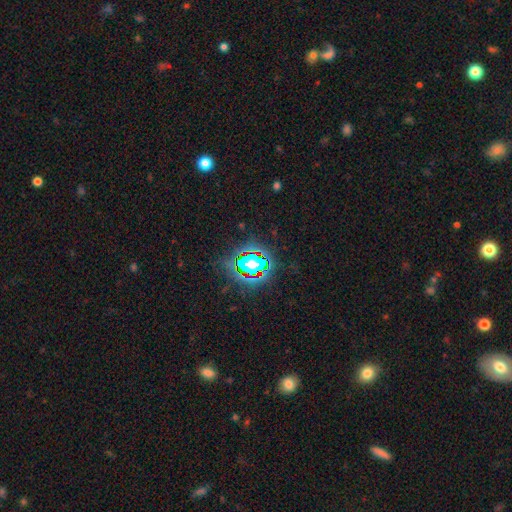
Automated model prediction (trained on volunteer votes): smooth-or-featured: star or artifact: 79% | smooth: 13% | featured or disk: 8%